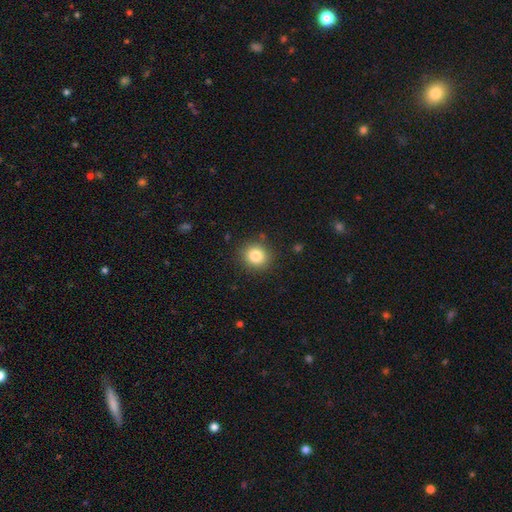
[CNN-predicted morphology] smooth 83%, star or artifact 11%, featured or disk 6%. Down the decision tree: how rounded — round (87%); merging — none (87%).